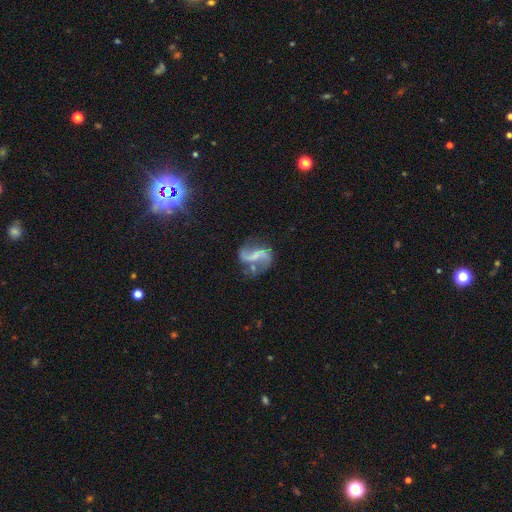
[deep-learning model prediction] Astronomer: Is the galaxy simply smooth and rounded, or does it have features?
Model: featured or disk — 86%.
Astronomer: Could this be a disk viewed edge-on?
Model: no — 98%.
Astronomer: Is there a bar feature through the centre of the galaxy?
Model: weak — 40% (runner-up: strong, 32%).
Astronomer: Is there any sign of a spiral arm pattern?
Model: yes — 95%.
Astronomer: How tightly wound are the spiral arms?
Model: loose — 73%.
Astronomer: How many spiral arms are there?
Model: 2 — 92%.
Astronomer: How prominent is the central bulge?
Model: none — 49% (runner-up: small, 34%).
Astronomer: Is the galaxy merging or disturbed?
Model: none — 64%.